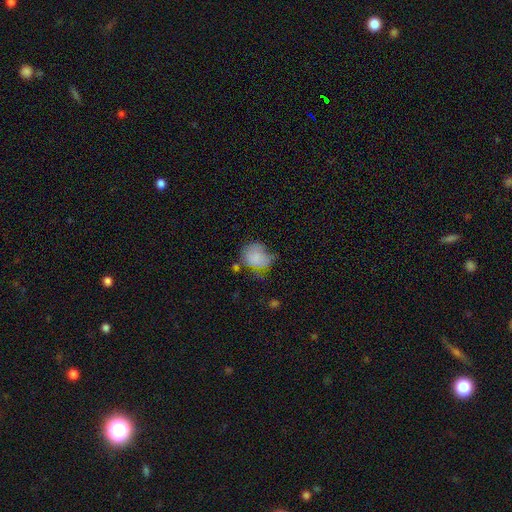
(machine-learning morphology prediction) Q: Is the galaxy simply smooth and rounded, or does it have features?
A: smooth — 75%.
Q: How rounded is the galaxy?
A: round — 60%.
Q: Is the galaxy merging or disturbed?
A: none — 41%.